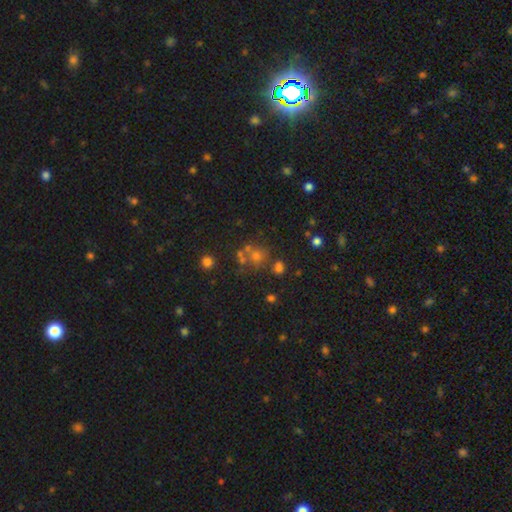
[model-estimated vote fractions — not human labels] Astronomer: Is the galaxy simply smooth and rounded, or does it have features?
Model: smooth — 48% (runner-up: star or artifact, 37%).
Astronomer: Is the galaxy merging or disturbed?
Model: none — 60%.